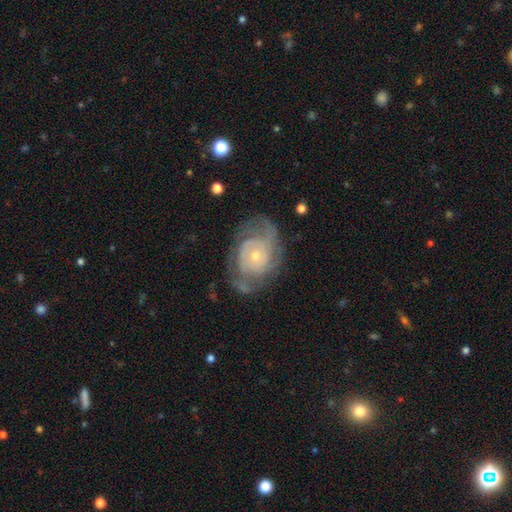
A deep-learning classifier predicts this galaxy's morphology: Q: Smooth or featured?
A: featured or disk (84%); runner-up: smooth (11%)
Q: Edge-on disk?
A: no (97%); runner-up: yes (3%)
Q: Bar?
A: no (78%); runner-up: weak (19%)
Q: Spiral arms?
A: yes (91%); runner-up: no (9%)
Q: Spiral winding?
A: tight (60%); runner-up: medium (30%)
Q: Spiral arm count?
A: can't tell (34%); runner-up: 2 (30%)
Q: Bulge size?
A: small (61%); runner-up: moderate (35%)
Q: Merging?
A: none (61%); runner-up: minor disturbance (22%)